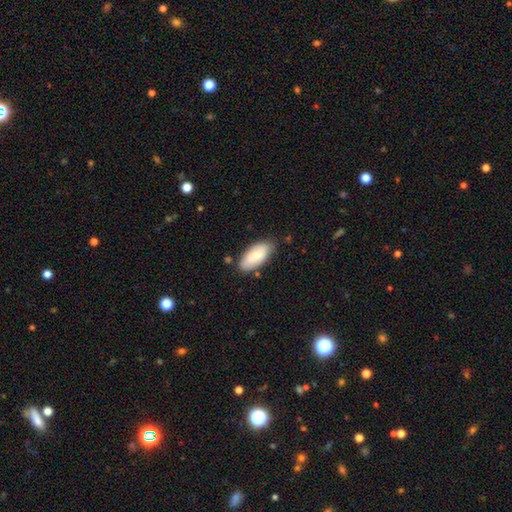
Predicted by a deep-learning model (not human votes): The model was most divided on "merging": none: 76%, minor disturbance: 18%, major disturbance: 3%, merger: 3%. More confident: how rounded — in between (91%); smooth or featured — smooth (79%).